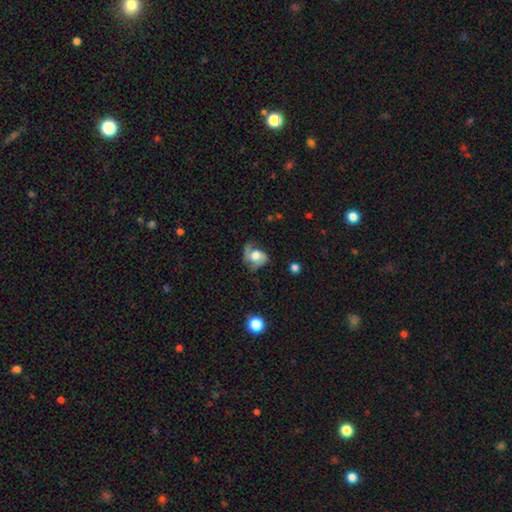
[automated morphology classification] smooth-or-featured: featured or disk: 53% | smooth: 38% | star or artifact: 9%
  disk-edge-on: no: 97% | yes: 3%
    bar: no: 69% | weak: 25% | strong: 6%
    has-spiral-arms: yes: 78% | no: 22%
    bulge-size: large: 45% | moderate: 36% | small: 8% | dominant: 6% | none: 5%
  merging: none: 40% | major disturbance: 29% | minor disturbance: 27% | merger: 3%